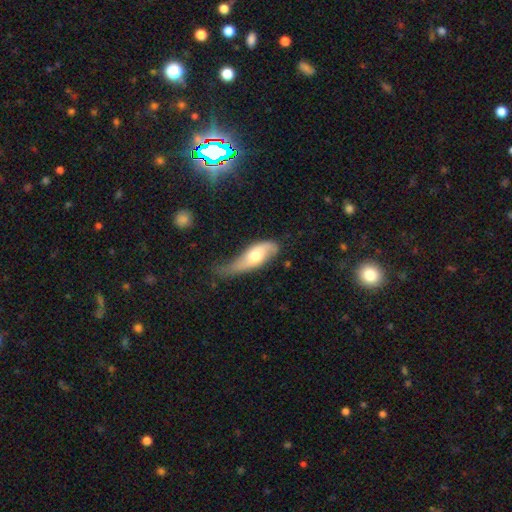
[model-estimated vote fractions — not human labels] A featured or disk galaxy (51%). Merging: minor disturbance (41%).